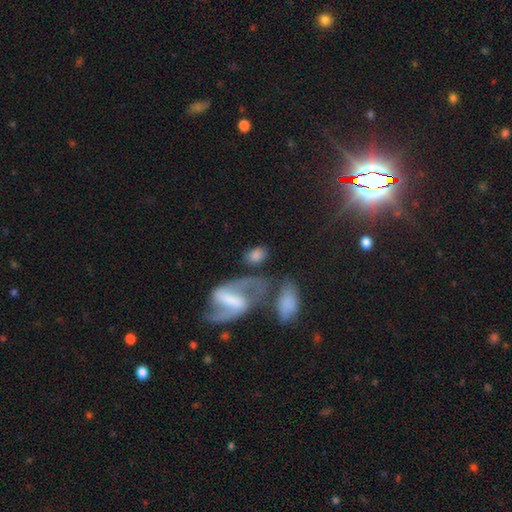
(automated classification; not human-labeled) Overall: smooth (68%). How rounded: in between (82%). Merging: none (55%; merger 18%).